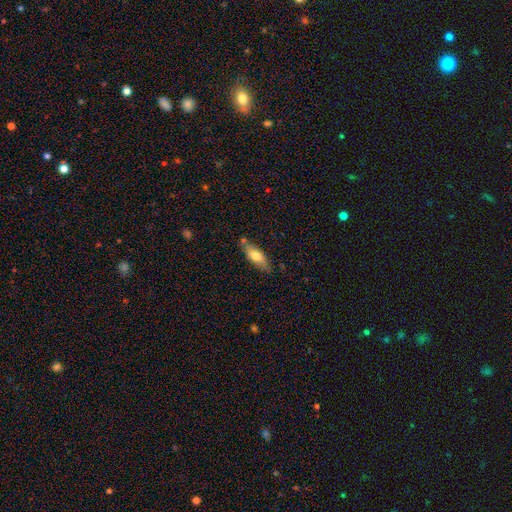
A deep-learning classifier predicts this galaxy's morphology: smooth_or_featured: smooth (p=0.68) [alt: featured or disk p=0.26]
how_rounded: in between (p=0.63) [alt: cigar-shaped p=0.34]
merging: none (p=0.72) [alt: minor disturbance p=0.18]